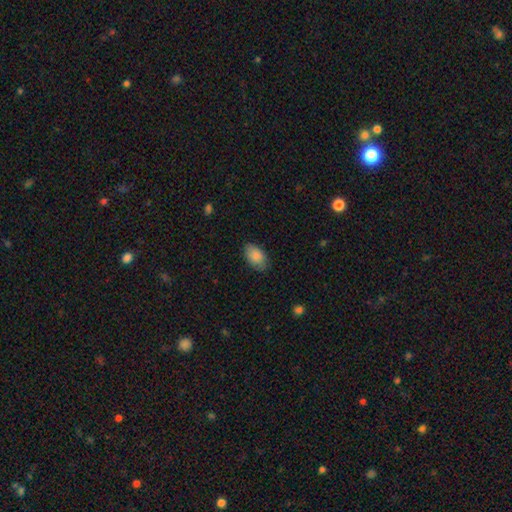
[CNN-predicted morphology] Smooth or featured?
  - smooth: 88% *
  - star or artifact: 7%
  - featured or disk: 5%
How rounded?
  - in between: 92% *
  - round: 6%
  - cigar-shaped: 1%
Merging?
  - none: 79% *
  - minor disturbance: 16%
  - major disturbance: 3%
  - merger: 1%